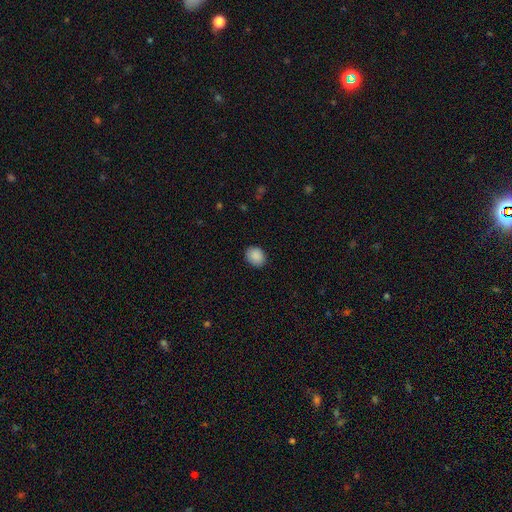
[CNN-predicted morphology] type=smooth (89%); roundness=round (56%); merging=none (88%).